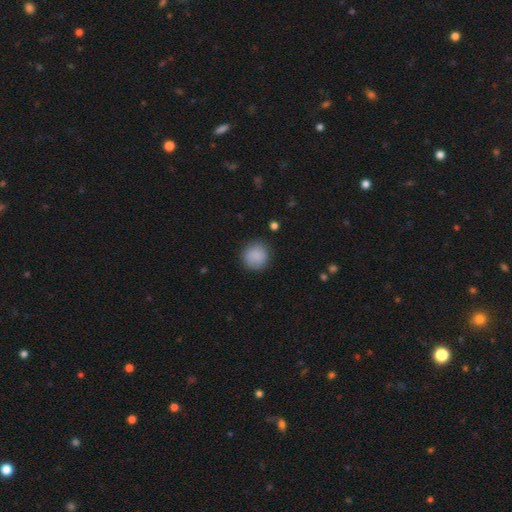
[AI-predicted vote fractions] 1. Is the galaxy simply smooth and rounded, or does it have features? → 88% smooth, 8% star or artifact, 4% featured or disk.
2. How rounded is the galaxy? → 91% round, 8% in between, 1% cigar-shaped.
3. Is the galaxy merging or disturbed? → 86% none, 10% minor disturbance, 3% major disturbance, 1% merger.